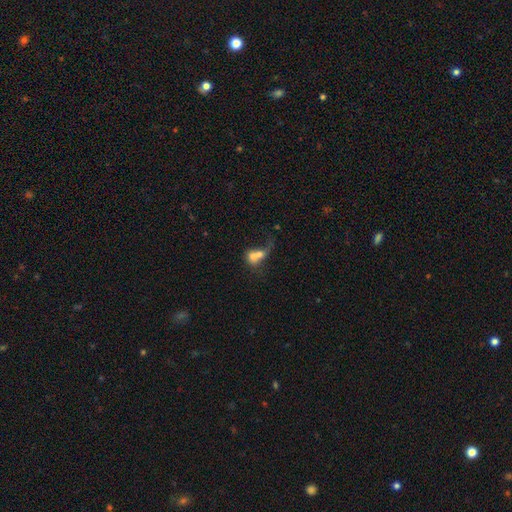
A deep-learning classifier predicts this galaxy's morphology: Smooth or featured? smooth (61%)
How rounded? round (48%, tied with in between)
Merging? merger (72%)